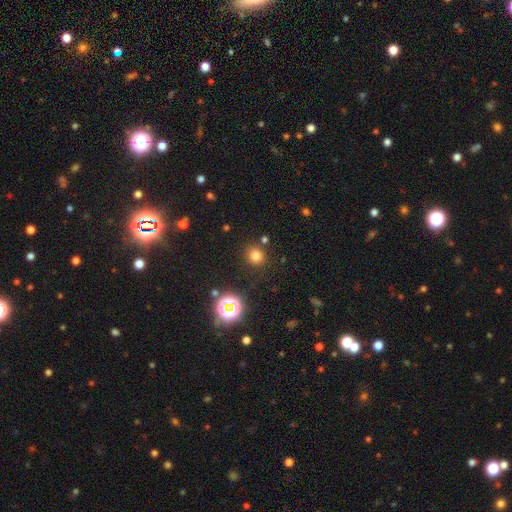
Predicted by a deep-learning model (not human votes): Smooth or featured: smooth — 73% (star or artifact — 21%)
How rounded: round — 91% (in between — 8%)
Merging: none — 87% (minor disturbance — 7%)